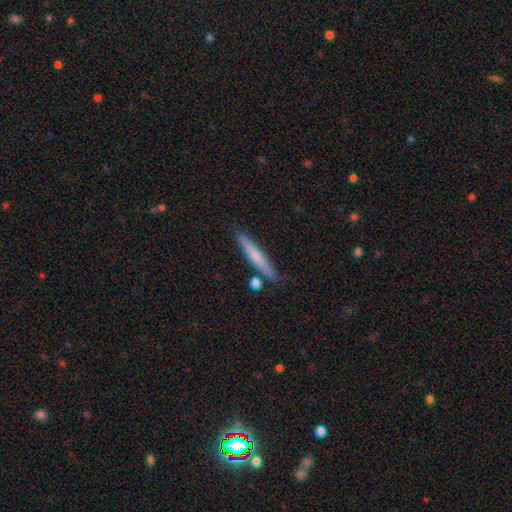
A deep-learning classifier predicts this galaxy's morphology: smooth_or_featured: smooth (p=0.62) [alt: featured or disk p=0.32]
how_rounded: cigar-shaped (p=0.95) [alt: in between p=0.04]
merging: none (p=0.84) [alt: minor disturbance p=0.10]